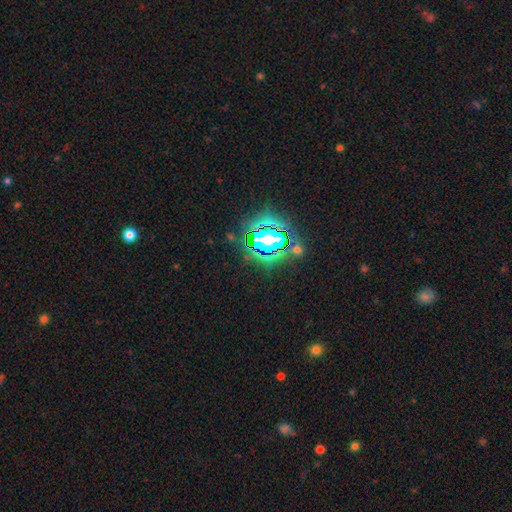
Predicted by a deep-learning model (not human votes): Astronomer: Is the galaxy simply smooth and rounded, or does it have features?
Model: star or artifact — 84%.